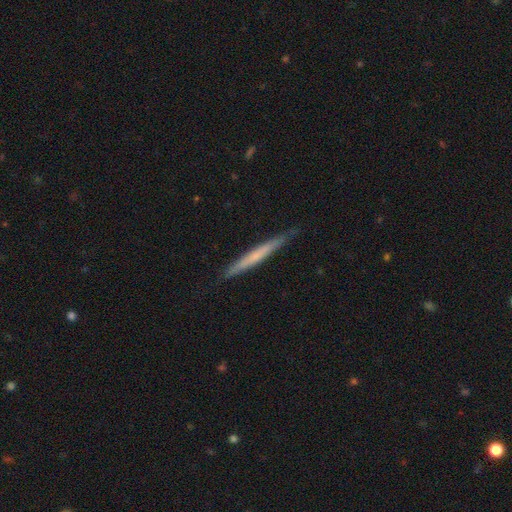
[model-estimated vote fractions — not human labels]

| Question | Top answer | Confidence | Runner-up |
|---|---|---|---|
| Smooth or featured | smooth | 50% | featured or disk (44%) |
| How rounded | cigar-shaped | 97% | in between (2%) |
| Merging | none | 86% | minor disturbance (11%) |